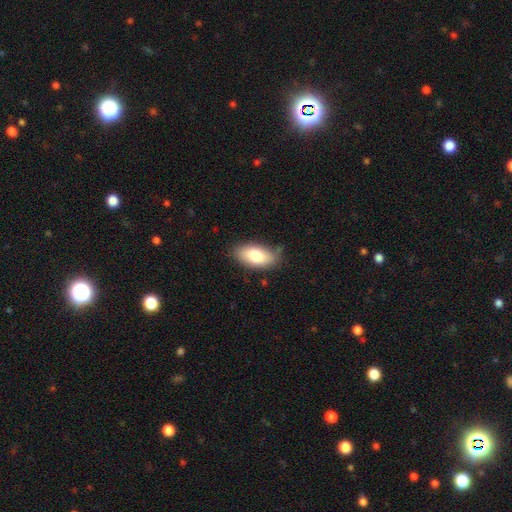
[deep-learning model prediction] Q: Smooth or featured?
A: smooth (79%); runner-up: featured or disk (15%)
Q: How rounded?
A: in between (92%); runner-up: cigar-shaped (5%)
Q: Merging?
A: none (75%); runner-up: minor disturbance (19%)